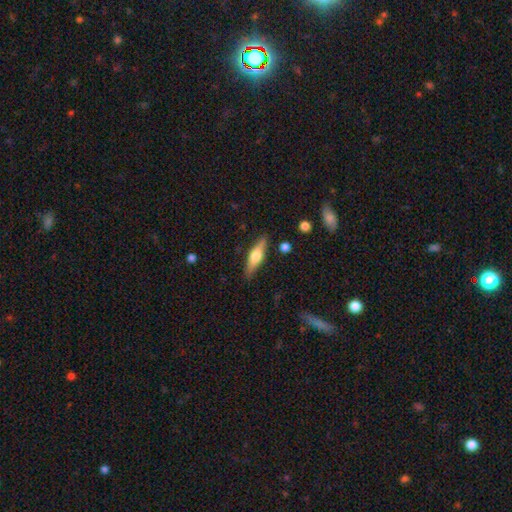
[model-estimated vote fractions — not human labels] Smooth or featured? featured or disk (49%)
Merging? none (86%)